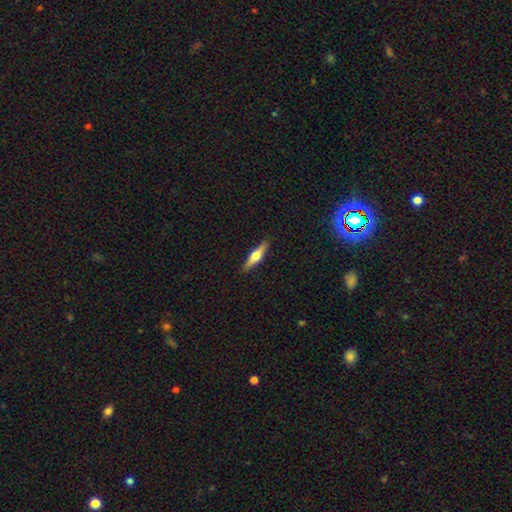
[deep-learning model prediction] This is possibly a featured or disk galaxy (60%). It is clearly viewed edge-on (96%). Edge-on bulge: clearly rounded (92%). Merging: clearly none (90%).